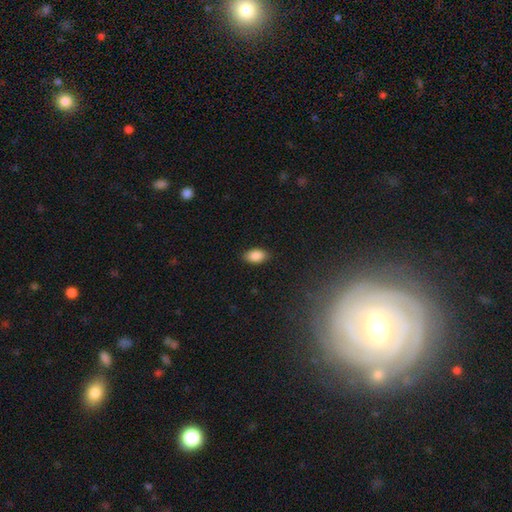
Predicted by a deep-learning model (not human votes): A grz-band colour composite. It shows a smooth galaxy with no disk features (89%) that is in between round and cigar-shaped (92%). Merging: none (88%).